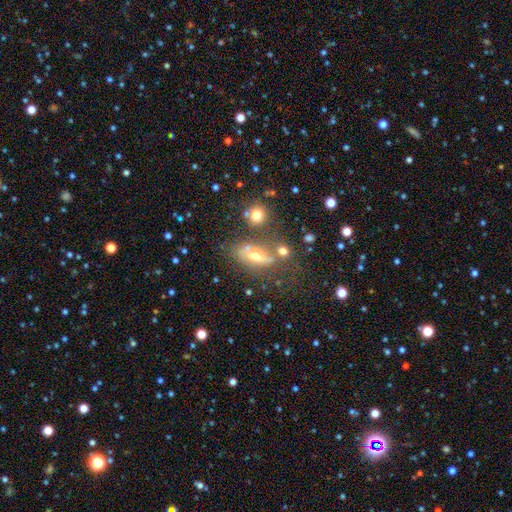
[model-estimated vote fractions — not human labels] The model was most divided on "smooth or featured": smooth: 45%, featured or disk: 39%, star or artifact: 16%. More confident: merging — none (52%).